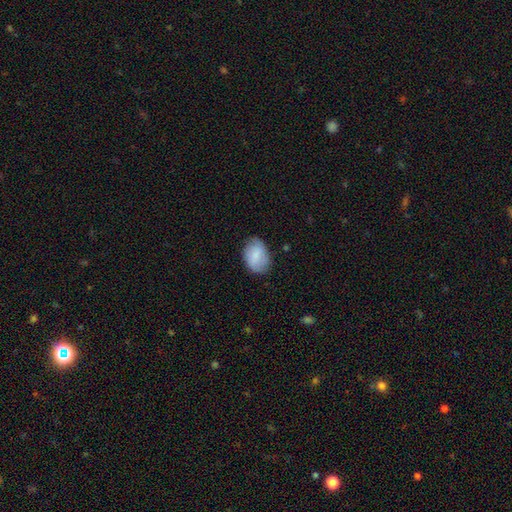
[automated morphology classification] A smooth galaxy with no disk features (80%) that is in between round and cigar-shaped (83%). Merging: none (70%).